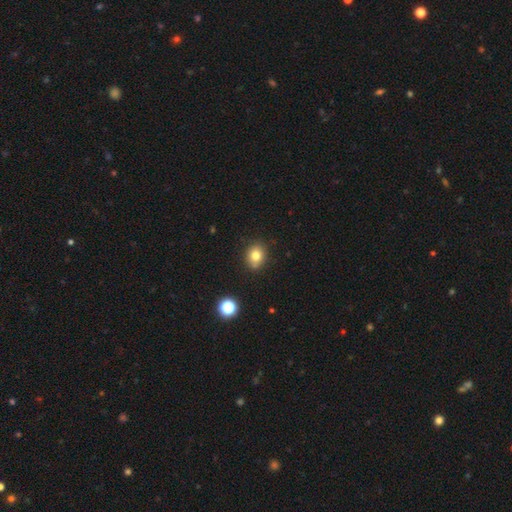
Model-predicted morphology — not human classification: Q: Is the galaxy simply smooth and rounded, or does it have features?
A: smooth — 79%.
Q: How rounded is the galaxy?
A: round — 59%.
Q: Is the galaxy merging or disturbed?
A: none — 80%.